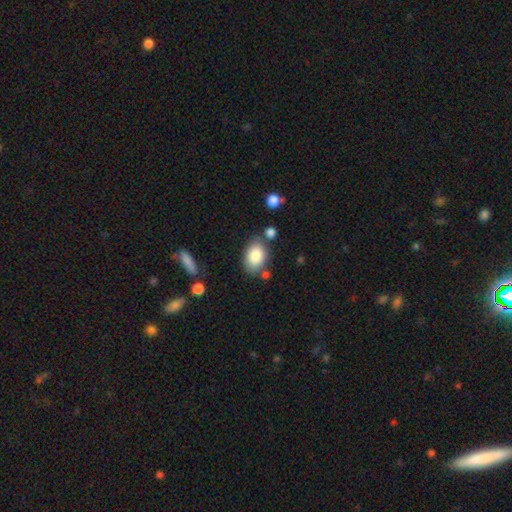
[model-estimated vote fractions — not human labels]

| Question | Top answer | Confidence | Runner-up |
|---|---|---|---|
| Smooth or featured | smooth | 85% | featured or disk (8%) |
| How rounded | in between | 87% | round (12%) |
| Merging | none | 72% | minor disturbance (15%) |